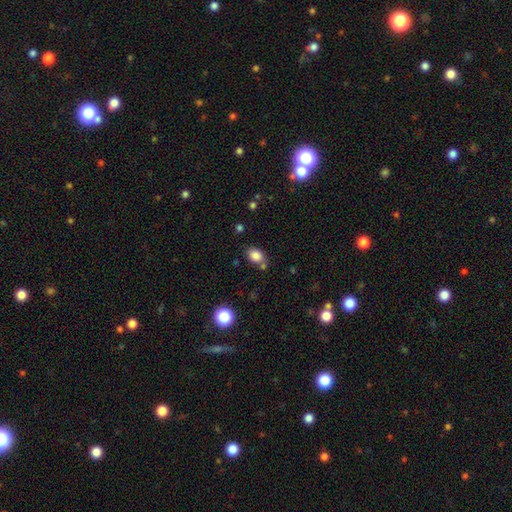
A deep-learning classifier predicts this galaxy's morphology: This appears to be a smooth galaxy with no disk features (84%) that is in between round and cigar-shaped (71%). Merging: none (69%).